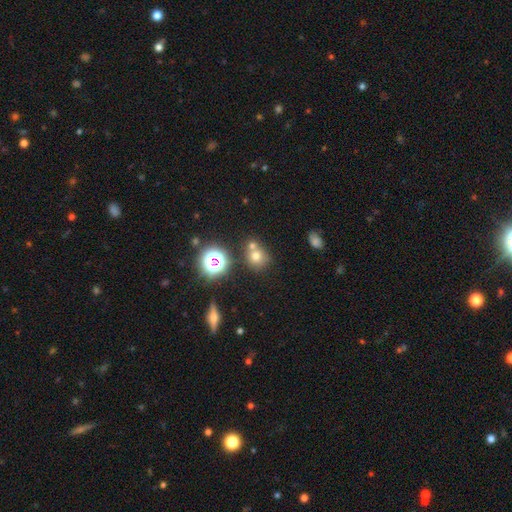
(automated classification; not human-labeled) Q: Smooth or featured?
A: smooth (64%); runner-up: star or artifact (23%)
Q: How rounded?
A: round (78%); runner-up: in between (21%)
Q: Merging?
A: none (53%); runner-up: merger (33%)